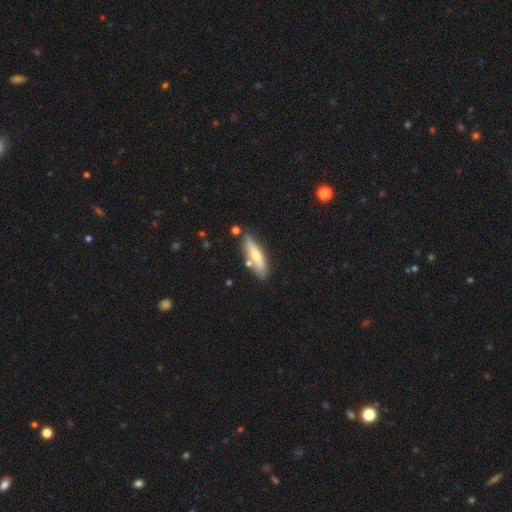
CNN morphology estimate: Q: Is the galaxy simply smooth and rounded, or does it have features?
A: smooth — 59%.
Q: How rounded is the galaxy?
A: cigar-shaped — 56%.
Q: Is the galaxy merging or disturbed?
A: none — 72%.